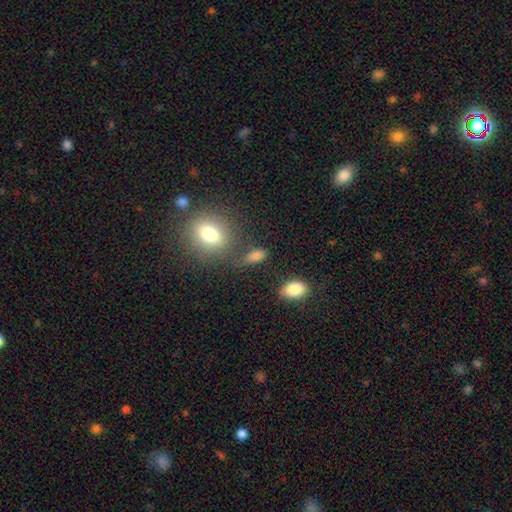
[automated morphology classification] Smooth or featured?
  - smooth: 79% *
  - star or artifact: 12%
  - featured or disk: 8%
How rounded?
  - in between: 81% *
  - round: 12%
  - cigar-shaped: 7%
Merging?
  - none: 62% *
  - minor disturbance: 18%
  - merger: 11%
  - major disturbance: 8%